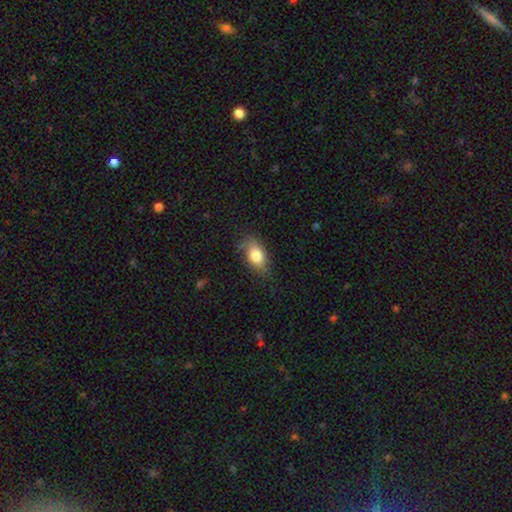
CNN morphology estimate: Smooth or featured? Predicted: smooth (p=0.78). How rounded? Predicted: in between (p=0.87). Merging? Predicted: none (p=0.68).